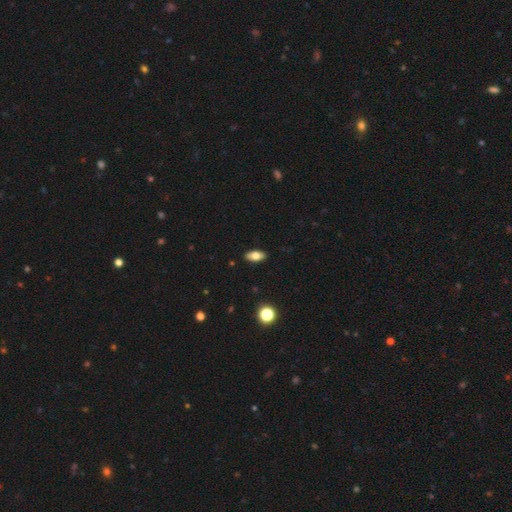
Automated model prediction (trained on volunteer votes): Smooth or featured?
  - smooth: 75% *
  - featured or disk: 17%
  - star or artifact: 8%
How rounded?
  - in between: 87% *
  - cigar-shaped: 9%
  - round: 4%
Merging?
  - none: 89% *
  - minor disturbance: 8%
  - major disturbance: 2%
  - merger: 1%